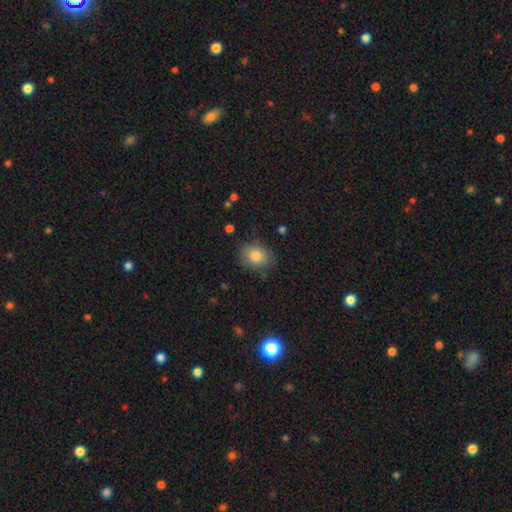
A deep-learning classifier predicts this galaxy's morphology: Smooth or featured? Predicted: smooth (p=0.82). How rounded? Predicted: round (p=0.52). Merging? Predicted: none (p=0.77).